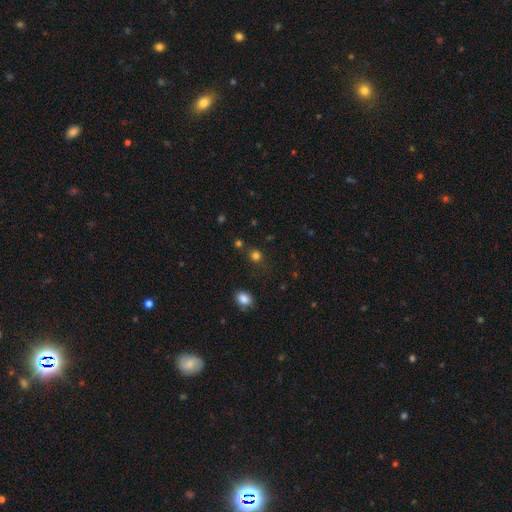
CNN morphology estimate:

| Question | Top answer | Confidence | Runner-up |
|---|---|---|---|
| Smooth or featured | smooth | 77% | star or artifact (19%) |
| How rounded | round | 80% | in between (19%) |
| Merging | none | 76% | minor disturbance (13%) |